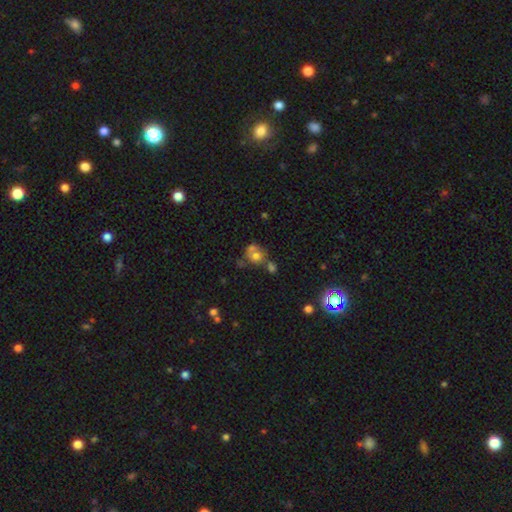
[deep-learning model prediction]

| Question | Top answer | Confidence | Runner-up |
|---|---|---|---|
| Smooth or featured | smooth | 65% | featured or disk (20%) |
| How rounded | round | 74% | in between (25%) |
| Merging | merger | 45% | none (36%) |